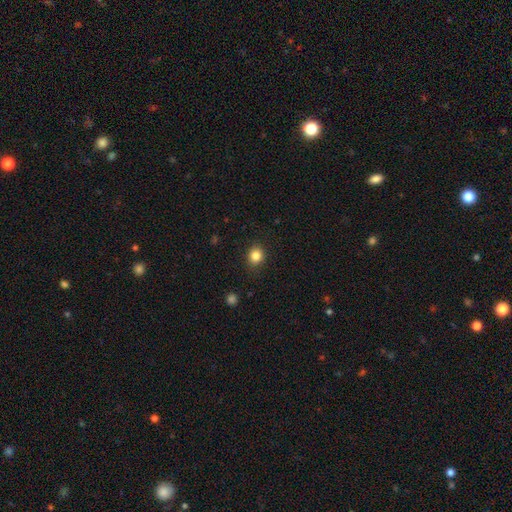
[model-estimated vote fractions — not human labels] smooth_or_featured: smooth (p=0.84) [alt: star or artifact p=0.11]
how_rounded: round (p=0.75) [alt: in between p=0.24]
merging: none (p=0.87) [alt: minor disturbance p=0.09]